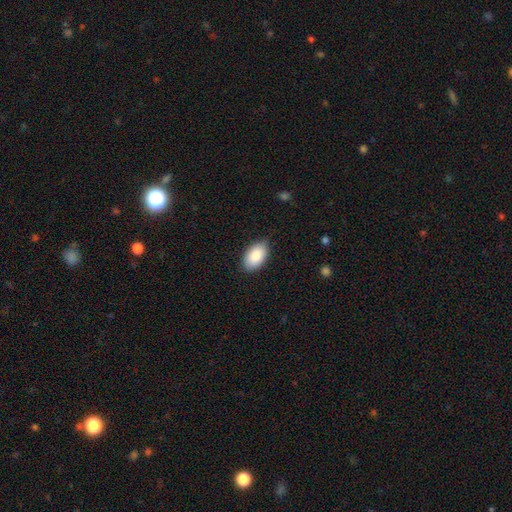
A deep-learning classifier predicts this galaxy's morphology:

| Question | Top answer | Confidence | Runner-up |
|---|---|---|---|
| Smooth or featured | smooth | 88% | featured or disk (6%) |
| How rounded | in between | 95% | round (4%) |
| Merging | none | 83% | minor disturbance (13%) |